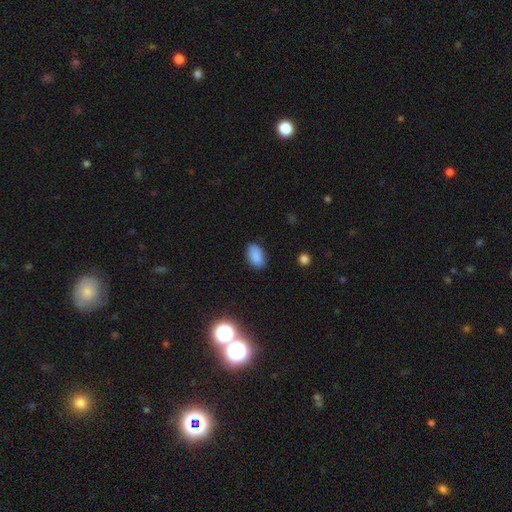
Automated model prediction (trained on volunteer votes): Smooth or featured?
  - smooth: 86% *
  - star or artifact: 9%
  - featured or disk: 5%
How rounded?
  - in between: 91% *
  - round: 7%
  - cigar-shaped: 2%
Merging?
  - none: 81% *
  - minor disturbance: 14%
  - major disturbance: 3%
  - merger: 1%